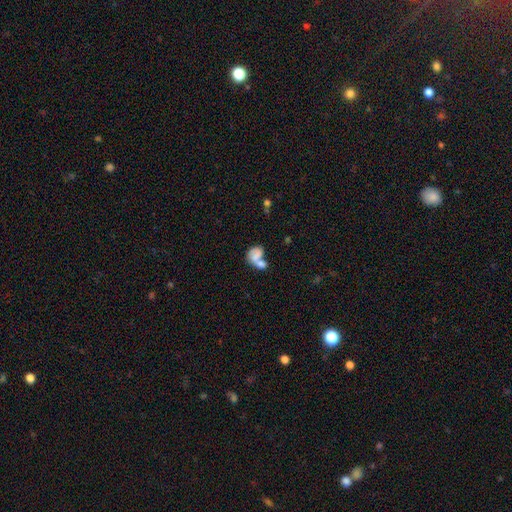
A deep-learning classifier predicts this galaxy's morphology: The model was most divided on "how rounded": in between: 70%, round: 29%, cigar-shaped: 2%. More confident: smooth or featured — smooth (66%); merging — merger (63%).